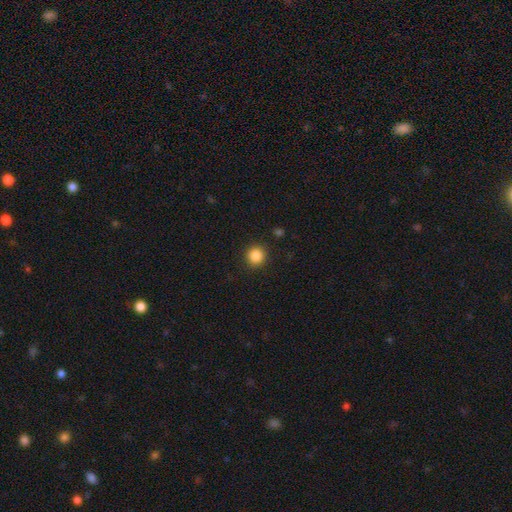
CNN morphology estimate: Overall: smooth (85%). How rounded: round (94%). Merging: none (91%).